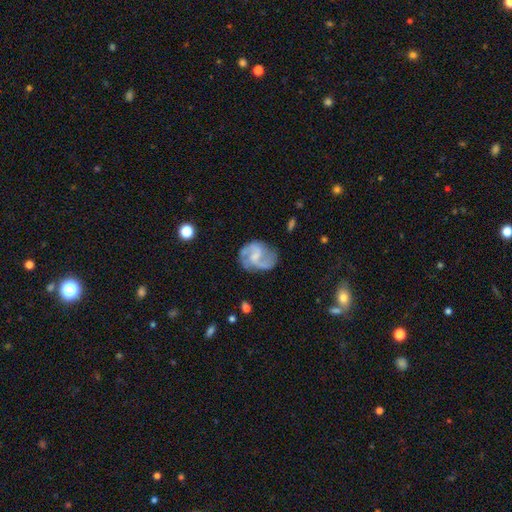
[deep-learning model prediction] A featured or disk galaxy (80%) with a weak bar (51%), 2 (81%) medium (48%) spiral arms (93%) and a small central bulge (38%). Merging: none (63%).